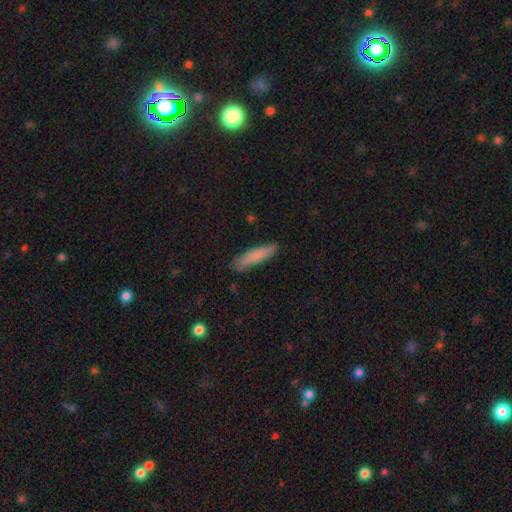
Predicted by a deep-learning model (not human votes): smooth 83%, featured or disk 11%, star or artifact 6%. Down the decision tree: how rounded — cigar-shaped (82%); merging — none (84%).